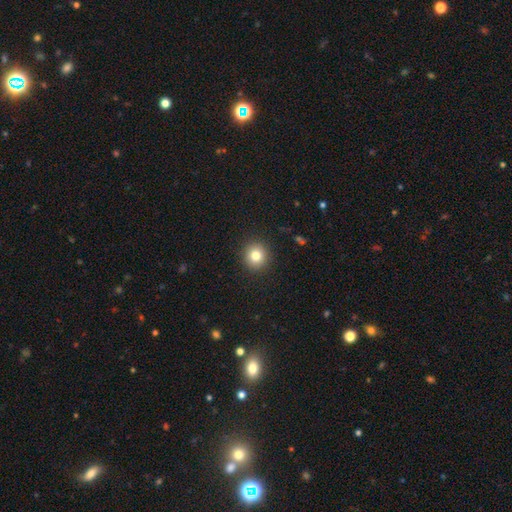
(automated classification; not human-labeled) The model was most divided on "smooth or featured": smooth: 81%, star or artifact: 11%, featured or disk: 8%. More confident: how rounded — round (92%); merging — none (91%).